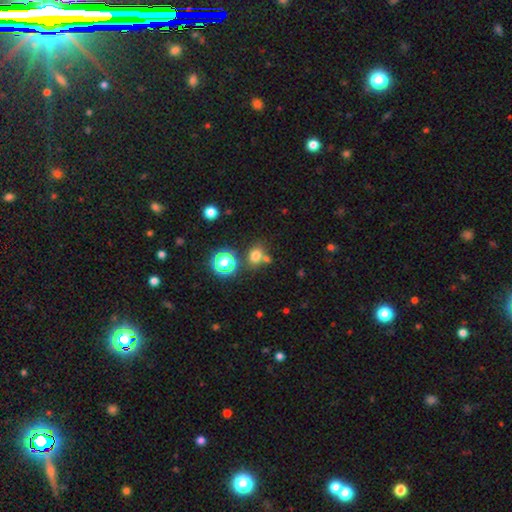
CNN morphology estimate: A smooth galaxy with no disk features (72%) that is round (64%). Merging: none (66%).